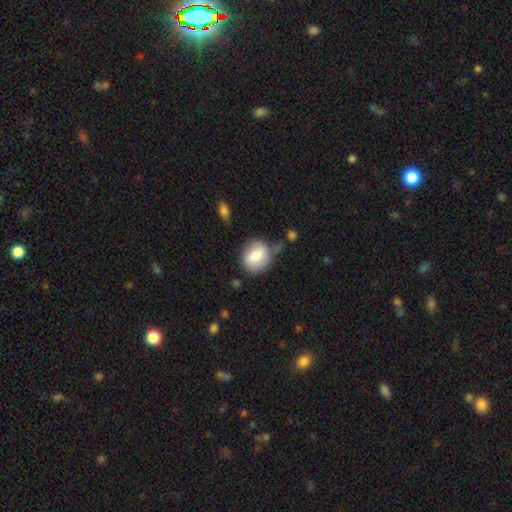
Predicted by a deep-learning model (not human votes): smooth 76%, featured or disk 17%, star or artifact 7%. Down the decision tree: how rounded — round (58%); merging — none (50%).